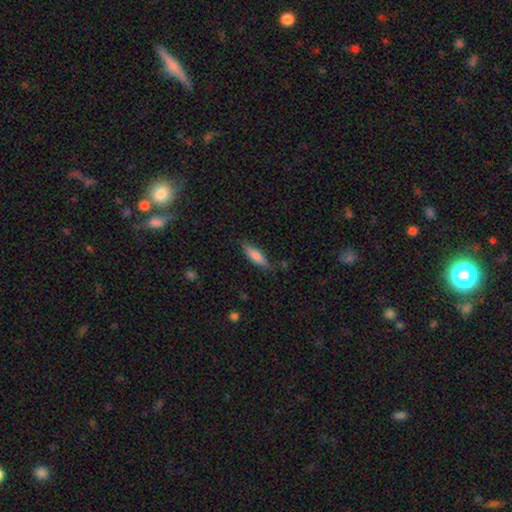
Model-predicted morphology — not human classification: Smooth or featured? smooth (74%)
How rounded? cigar-shaped (60%)
Merging? none (80%)